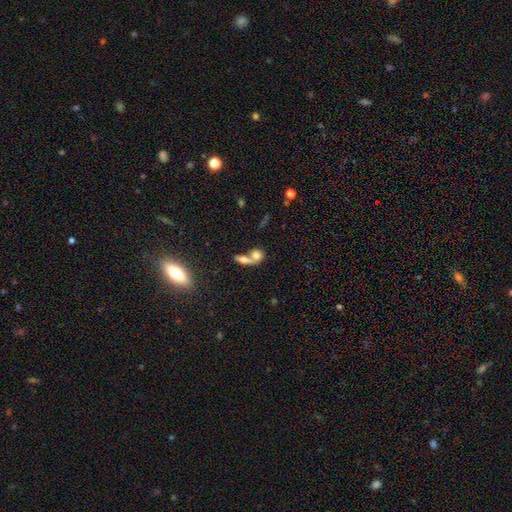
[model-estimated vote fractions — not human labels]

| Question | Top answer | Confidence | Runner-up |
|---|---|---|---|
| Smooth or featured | smooth | 69% | featured or disk (20%) |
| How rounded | round | 46% | in between (44%) |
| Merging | merger | 60% | none (29%) |